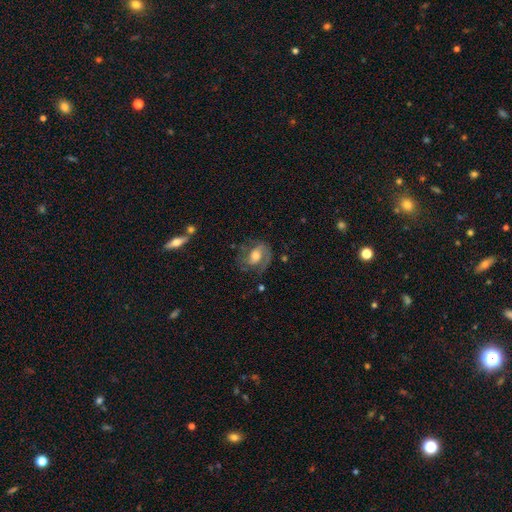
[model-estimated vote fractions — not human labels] A featured or disk galaxy (69%) with no bar (43%), 2 (64%) medium (47%) spiral arms (86%) and a moderate central bulge (61%).

Vote fractions:
- Smooth or featured? featured or disk: 69% / smooth: 24% / star or artifact: 7%
- Edge-on disk? no: 96% / yes: 4%
- Bar? no: 43% / weak: 40% / strong: 17%
- Spiral arms? yes: 86% / no: 14%
- Spiral winding? medium: 47% / tight: 31% / loose: 22%
- Spiral arm count? 2: 64% / 1: 19% / can't tell: 12% / 3: 3% / 4: 1% / more than 4: 1%
- Bulge size? moderate: 61% / small: 19% / large: 16% / none: 2% / dominant: 2%
- Merging? none: 58% / minor disturbance: 21% / major disturbance: 18% / merger: 2%